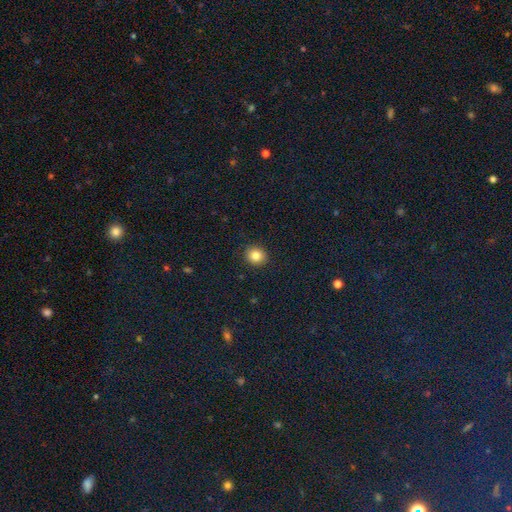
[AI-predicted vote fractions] Smooth or featured? smooth (84%)
How rounded? round (82%)
Merging? none (91%)